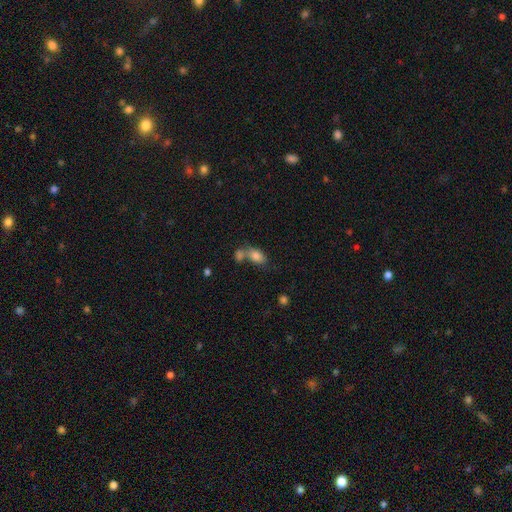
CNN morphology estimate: Smooth or featured: smooth — 81% (featured or disk — 10%)
How rounded: in between — 87% (round — 10%)
Merging: merger — 45% (none — 37%)